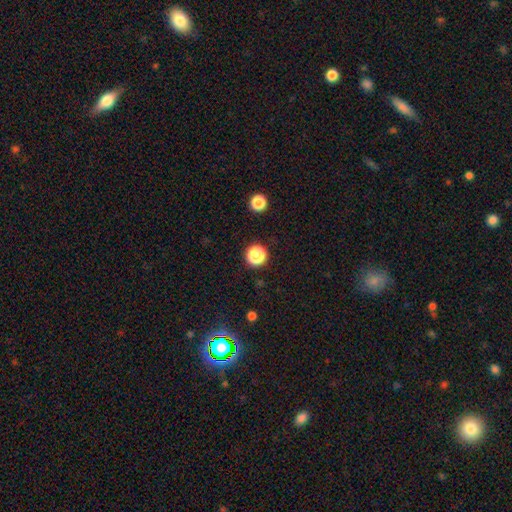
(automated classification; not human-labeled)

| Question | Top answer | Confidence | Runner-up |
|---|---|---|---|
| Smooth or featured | smooth | 72% | star or artifact (23%) |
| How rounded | round | 92% | in between (7%) |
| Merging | none | 87% | minor disturbance (7%) |